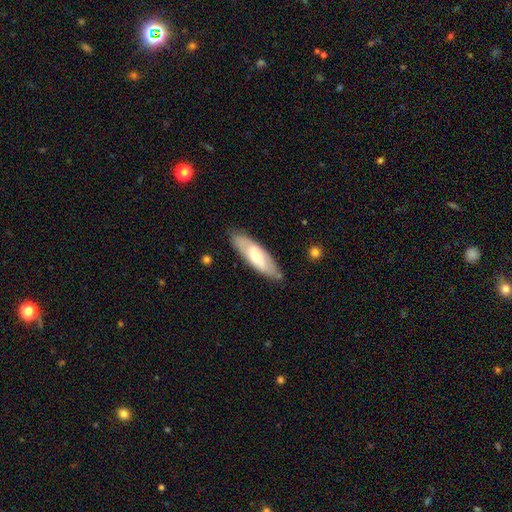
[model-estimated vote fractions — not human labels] Q: Smooth or featured?
A: smooth (51%); runner-up: featured or disk (43%)
Q: How rounded?
A: cigar-shaped (50%); runner-up: in between (49%)
Q: Merging?
A: none (82%); runner-up: minor disturbance (14%)